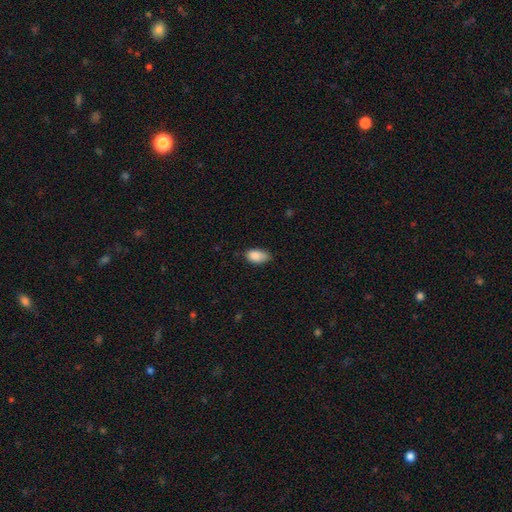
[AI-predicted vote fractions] This is clearly a smooth galaxy (88%). How rounded: clearly in between (92%). Merging: likely none (62%).